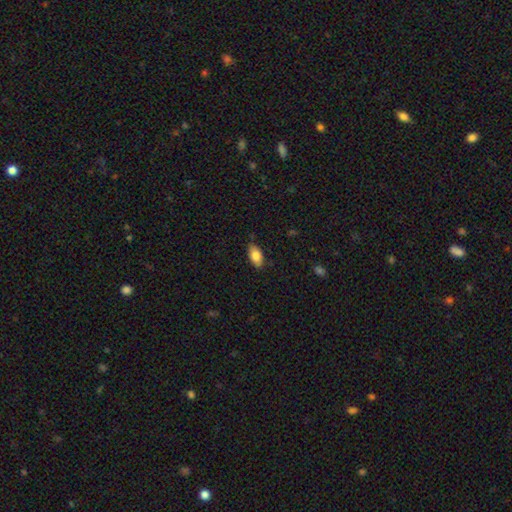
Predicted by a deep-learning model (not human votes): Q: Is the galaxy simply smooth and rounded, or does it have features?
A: smooth — 81%.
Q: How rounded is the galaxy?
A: in between — 92%.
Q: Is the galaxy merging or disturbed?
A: none — 85%.